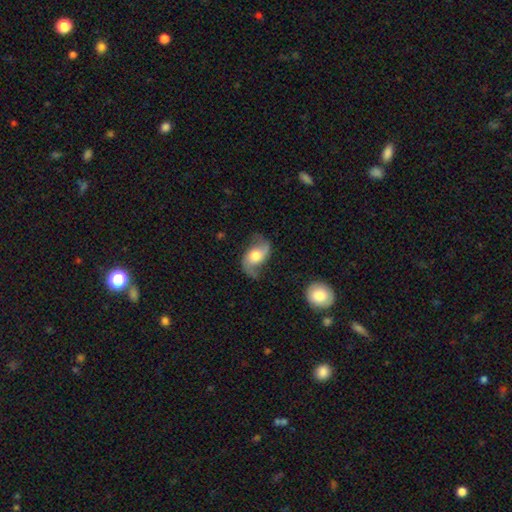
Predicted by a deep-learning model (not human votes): A featured or disk galaxy (74%) with no bar (59%), 2 (91%) loose (69%) spiral arms (92%) and a moderate central bulge (61%).

Vote fractions:
- Smooth or featured? featured or disk: 74% / smooth: 20% / star or artifact: 6%
- Edge-on disk? no: 96% / yes: 4%
- Bar? no: 59% / weak: 31% / strong: 9%
- Spiral arms? yes: 92% / no: 8%
- Spiral winding? loose: 69% / medium: 24% / tight: 7%
- Spiral arm count? 2: 91% / 1: 3% / can't tell: 3% / 3: 1% / 4: 1% / more than 4: 1%
- Bulge size? moderate: 61% / large: 21% / small: 13% / dominant: 2% / none: 2%
- Merging? none: 65% / minor disturbance: 21% / major disturbance: 11% / merger: 2%